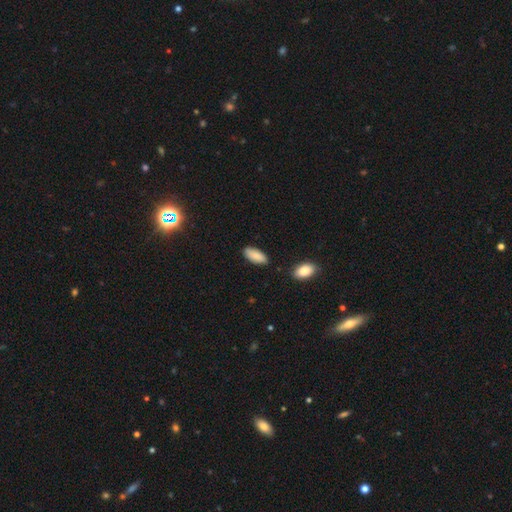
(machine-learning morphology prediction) Smooth or featured?
  - smooth: 86% *
  - featured or disk: 8%
  - star or artifact: 6%
How rounded?
  - in between: 89% *
  - cigar-shaped: 9%
  - round: 2%
Merging?
  - none: 82% *
  - minor disturbance: 12%
  - merger: 3%
  - major disturbance: 2%